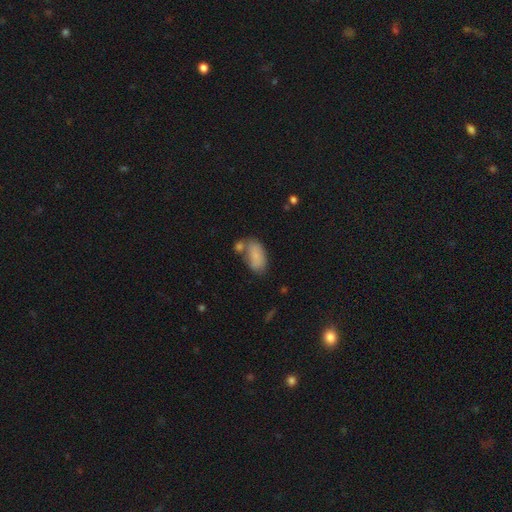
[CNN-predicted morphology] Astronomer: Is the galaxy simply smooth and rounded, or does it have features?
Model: smooth — 83%.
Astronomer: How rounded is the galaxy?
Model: in between — 93%.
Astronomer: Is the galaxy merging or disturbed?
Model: none — 49% (runner-up: merger, 26%).